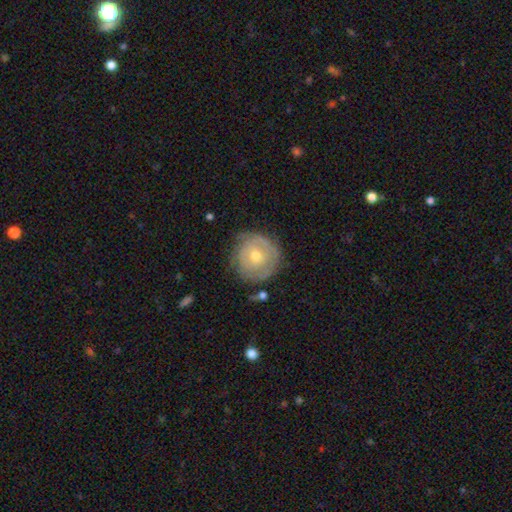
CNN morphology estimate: Q: Smooth or featured?
A: featured or disk (57%); runner-up: smooth (36%)
Q: Edge-on disk?
A: no (96%); runner-up: yes (4%)
Q: Bar?
A: no (83%); runner-up: weak (14%)
Q: Spiral arms?
A: yes (59%); runner-up: no (41%)
Q: Bulge size?
A: moderate (57%); runner-up: small (39%)
Q: Merging?
A: none (70%); runner-up: minor disturbance (21%)